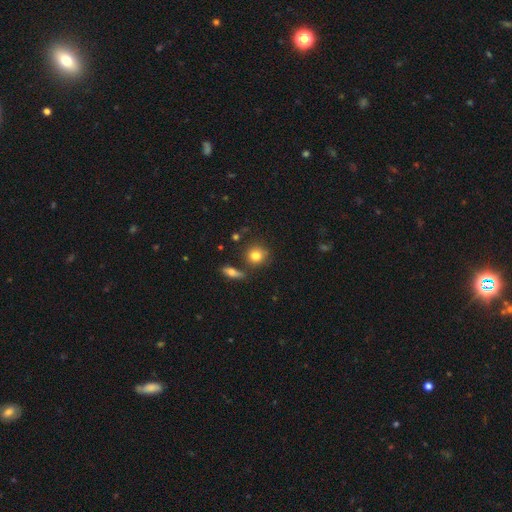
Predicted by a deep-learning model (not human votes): Overall: smooth (80%). How rounded: round (83%). Merging: none (74%).